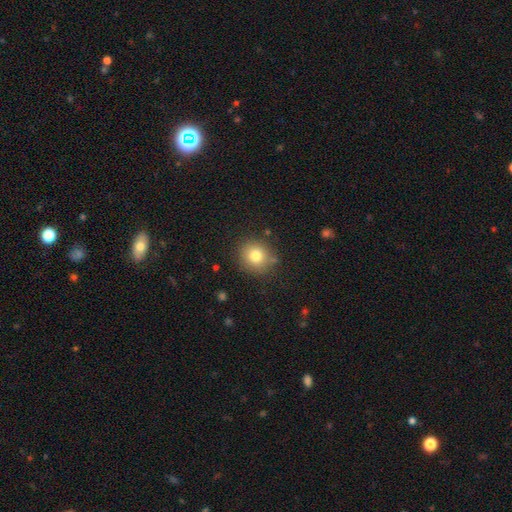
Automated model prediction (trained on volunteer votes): Smooth or featured? smooth (79%)
How rounded? round (87%)
Merging? none (83%)